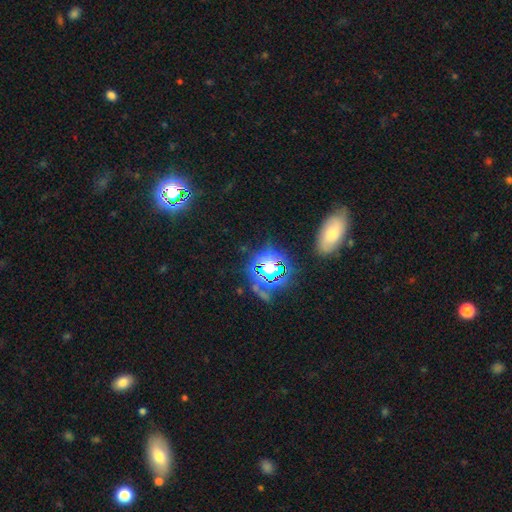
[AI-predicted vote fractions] Smooth or featured?
  - star or artifact: 66% *
  - smooth: 21%
  - featured or disk: 13%